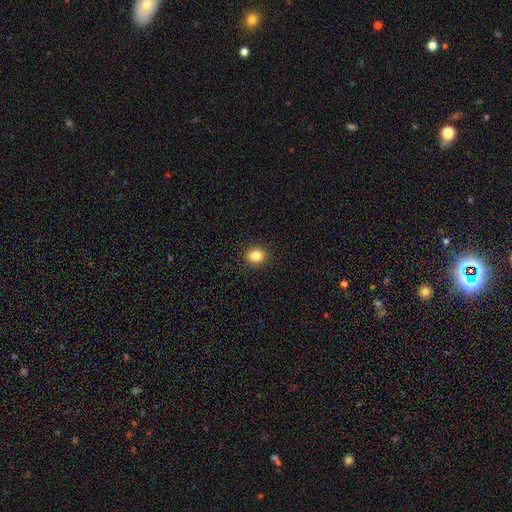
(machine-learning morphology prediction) A smooth galaxy with no disk features (85%) that is round (63%).

Vote fractions:
- Smooth or featured? smooth: 85% / star or artifact: 11% / featured or disk: 4%
- How rounded? round: 63% / in between: 36% / cigar-shaped: 1%
- Merging? none: 91% / minor disturbance: 6% / major disturbance: 2% / merger: 1%